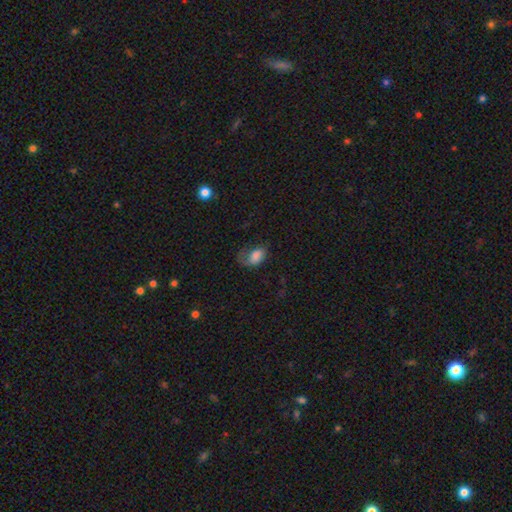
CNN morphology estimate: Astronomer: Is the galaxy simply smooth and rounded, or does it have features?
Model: smooth — 74%.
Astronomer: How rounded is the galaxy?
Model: in between — 88%.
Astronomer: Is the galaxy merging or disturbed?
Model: major disturbance — 41% (runner-up: none, 29%).